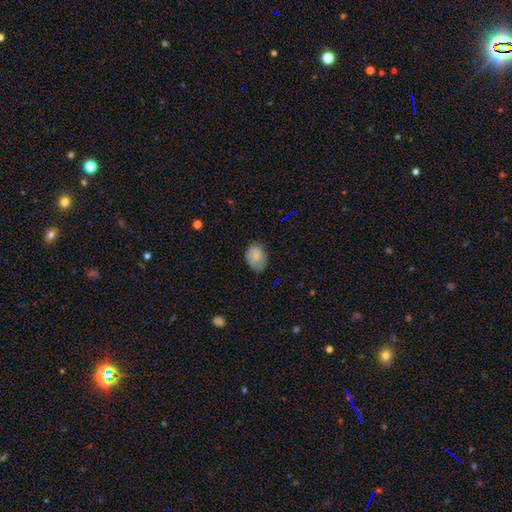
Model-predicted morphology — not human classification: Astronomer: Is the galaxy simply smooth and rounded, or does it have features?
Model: smooth — 78%.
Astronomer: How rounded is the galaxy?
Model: in between — 78%.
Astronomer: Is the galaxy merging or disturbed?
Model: none — 67%.